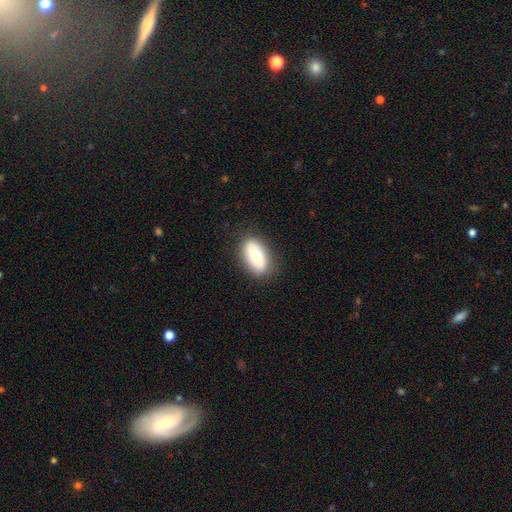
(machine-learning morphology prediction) smooth 74%, featured or disk 19%, star or artifact 7%. Down the decision tree: how rounded — in between (92%); merging — none (83%).